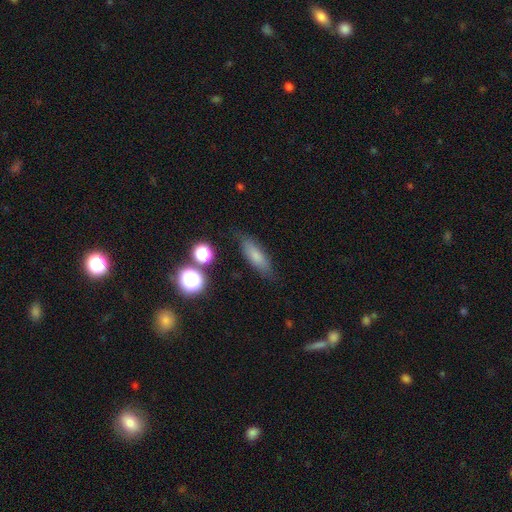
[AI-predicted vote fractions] A smooth galaxy with no disk features (71%) that is cigar-shaped (50%). Merging: none (79%).